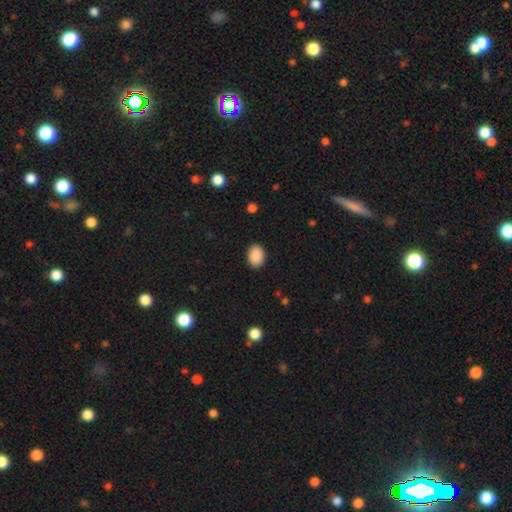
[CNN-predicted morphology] This appears to be a smooth galaxy with no disk features (90%) that is in between round and cigar-shaped (68%). Merging: none (89%).